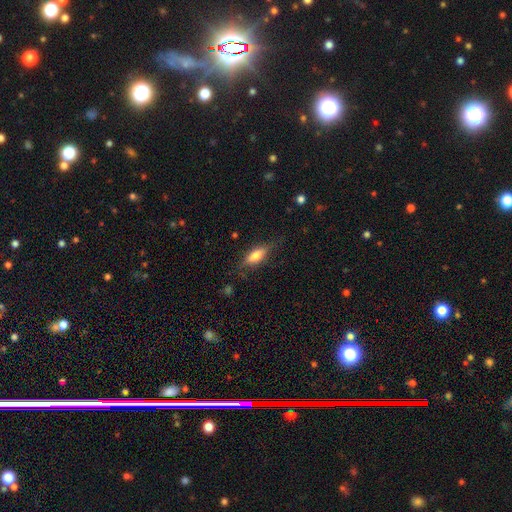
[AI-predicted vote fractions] A smooth galaxy with no disk features (70%) that is in between round and cigar-shaped (66%).

Vote fractions:
- Smooth or featured? smooth: 70% / featured or disk: 23% / star or artifact: 7%
- How rounded? in between: 66% / cigar-shaped: 31% / round: 3%
- Merging? none: 73% / minor disturbance: 19% / major disturbance: 6% / merger: 1%